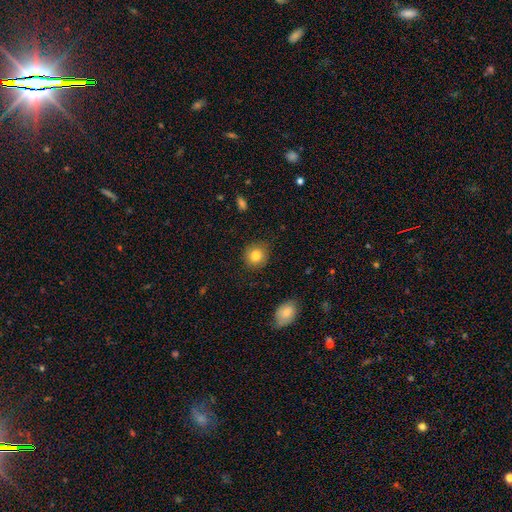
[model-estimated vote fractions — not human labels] Q: Smooth or featured?
A: smooth (82%); runner-up: star or artifact (10%)
Q: How rounded?
A: round (88%); runner-up: in between (11%)
Q: Merging?
A: none (87%); runner-up: minor disturbance (9%)